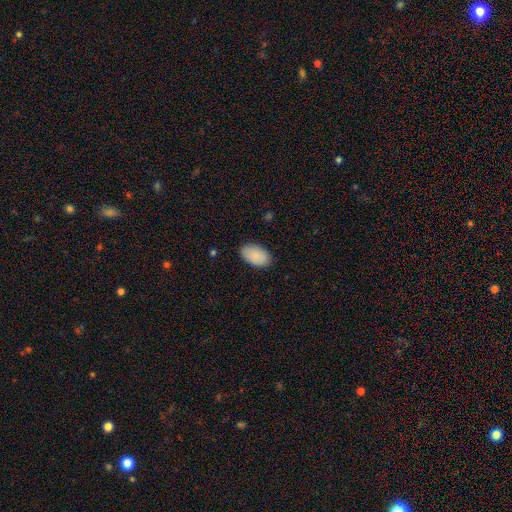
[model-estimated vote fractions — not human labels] This appears to be a smooth galaxy with no disk features (90%) that is in between round and cigar-shaped (95%). Merging: none (87%).